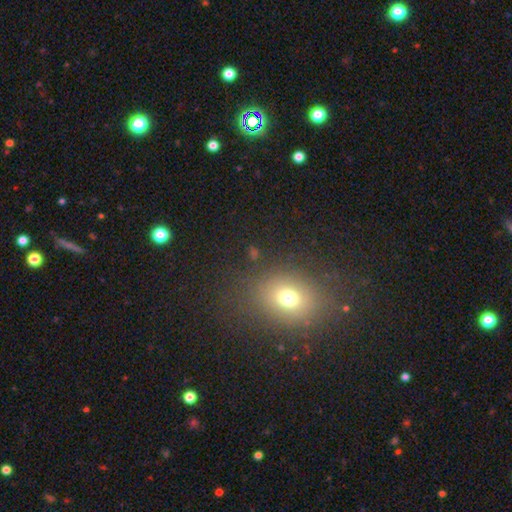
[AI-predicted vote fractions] Overall: smooth (64%; star or artifact 26%). How rounded: in between (52%; round 47%). Merging: none (86%).